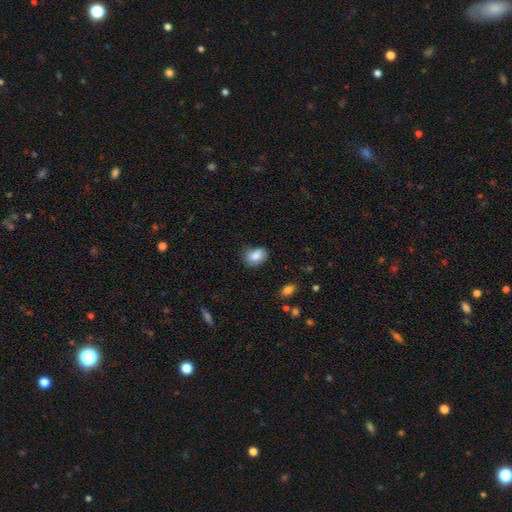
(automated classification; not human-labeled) smooth_or_featured: smooth (p=0.84) [alt: featured or disk p=0.08]
how_rounded: in between (p=0.71) [alt: round p=0.28]
merging: none (p=0.66) [alt: minor disturbance p=0.26]